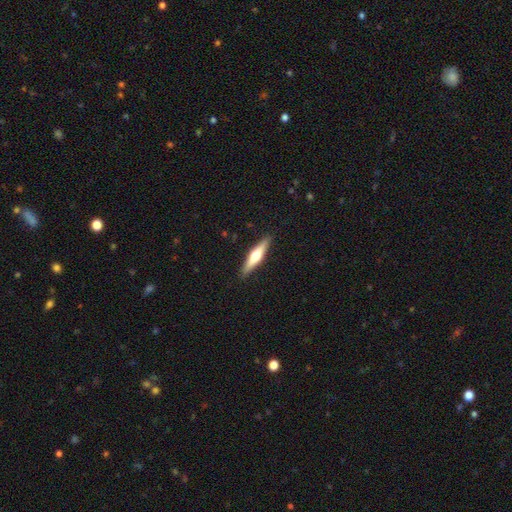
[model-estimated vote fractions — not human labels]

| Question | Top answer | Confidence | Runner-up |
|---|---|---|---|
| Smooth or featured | featured or disk | 56% | smooth (39%) |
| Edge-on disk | yes | 96% | no (4%) |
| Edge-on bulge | rounded | 92% | boxy (4%) |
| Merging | none | 90% | minor disturbance (7%) |